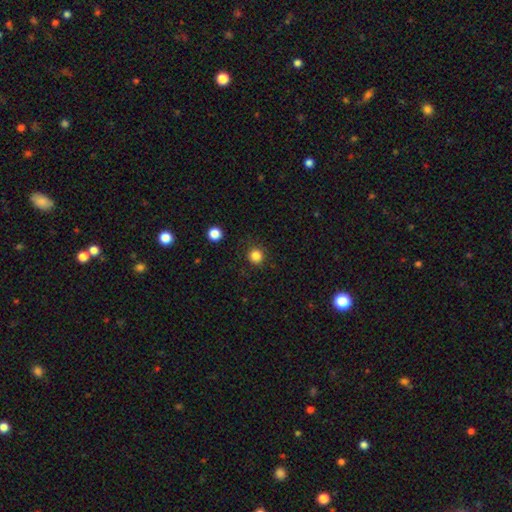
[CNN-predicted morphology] Smooth or featured: smooth — 84% (star or artifact — 13%)
How rounded: round — 95% (in between — 4%)
Merging: none — 89% (minor disturbance — 7%)